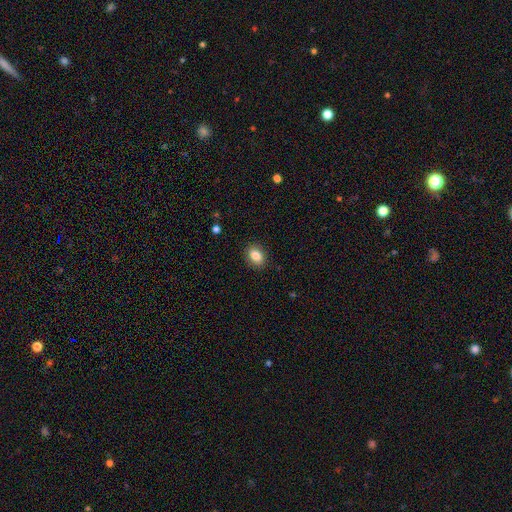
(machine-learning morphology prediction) Q: Smooth or featured?
A: smooth (85%); runner-up: star or artifact (9%)
Q: How rounded?
A: in between (72%); runner-up: round (26%)
Q: Merging?
A: none (88%); runner-up: minor disturbance (8%)